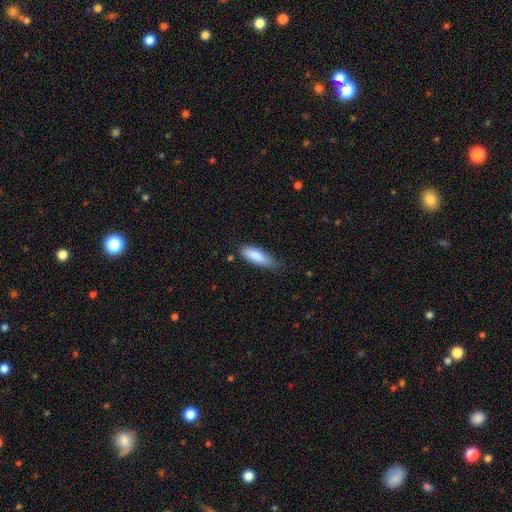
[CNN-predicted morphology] smooth_or_featured: smooth (p=0.85) [alt: featured or disk p=0.08]
how_rounded: in between (p=0.55) [alt: cigar-shaped p=0.43]
merging: none (p=0.63) [alt: minor disturbance p=0.30]